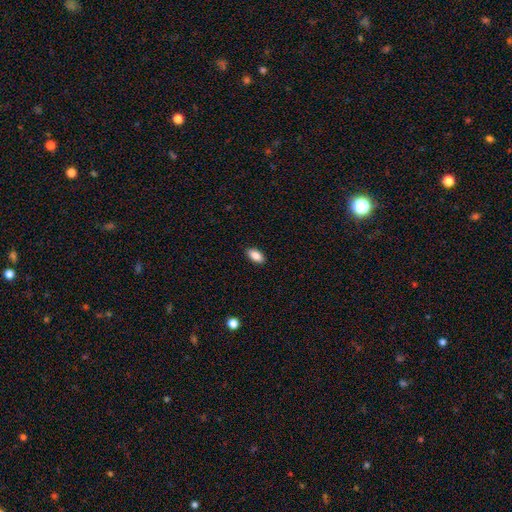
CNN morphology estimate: The model was most divided on "smooth or featured": smooth: 87%, star or artifact: 8%, featured or disk: 5%. More confident: how rounded — in between (93%); merging — none (90%).